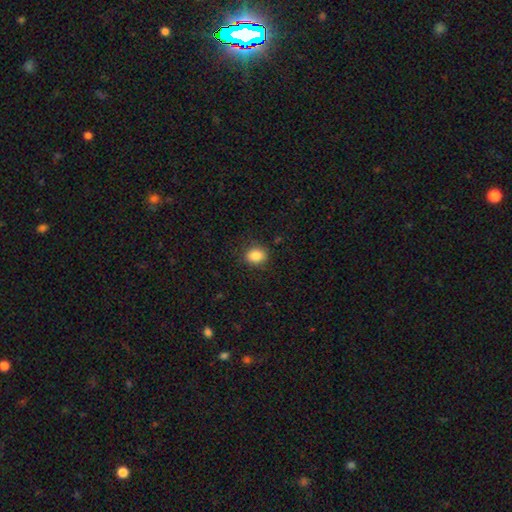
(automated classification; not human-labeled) This is clearly a smooth galaxy (85%). How rounded: possibly round (55%). Merging: clearly none (85%).